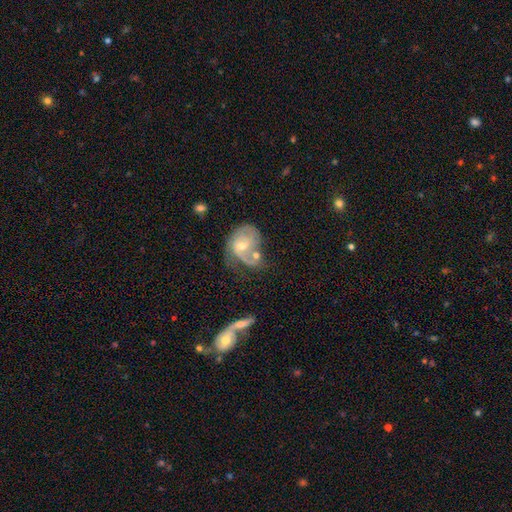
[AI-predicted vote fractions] Smooth or featured? featured or disk (62%)
Edge-on disk? no (96%)
Bar? no (62%)
Spiral arms? yes (76%)
Bulge size? moderate (53%)
Merging? merger (33%)